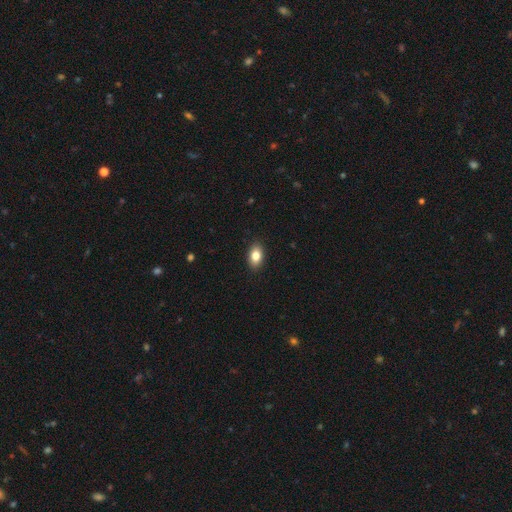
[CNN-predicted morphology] smooth-or-featured: smooth: 84% | featured or disk: 8% | star or artifact: 8%
  how-rounded: in between: 87% | round: 11% | cigar-shaped: 2%
  merging: none: 90% | minor disturbance: 7% | major disturbance: 2% | merger: 1%